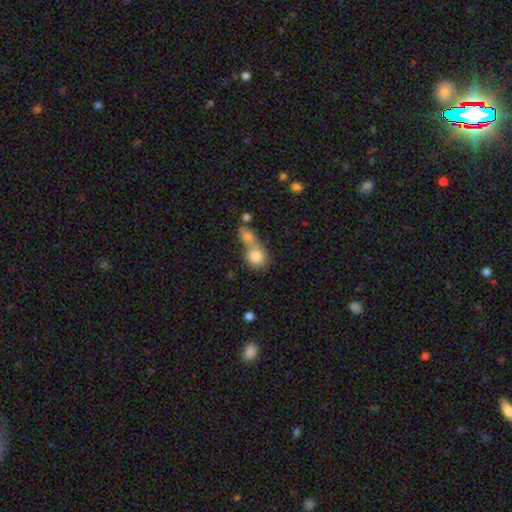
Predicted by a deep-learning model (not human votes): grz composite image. It shows a smooth galaxy with no disk features (82%) that is round (72%). Merging: merger (61%).